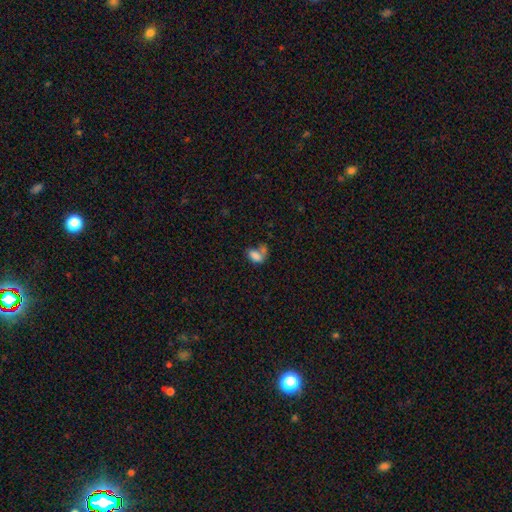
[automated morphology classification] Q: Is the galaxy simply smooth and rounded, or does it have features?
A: smooth — 78%.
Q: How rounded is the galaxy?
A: in between — 87%.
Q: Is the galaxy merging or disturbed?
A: merger — 42%.